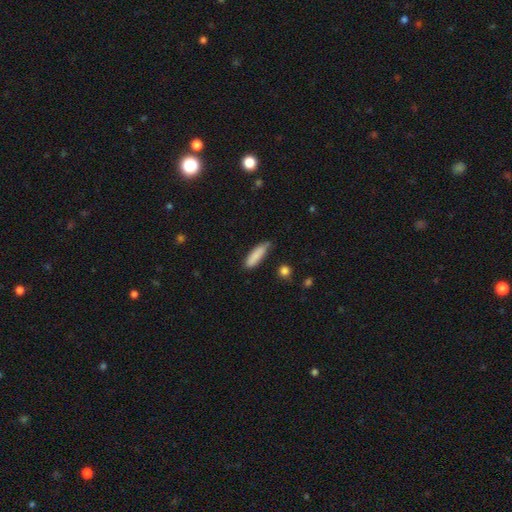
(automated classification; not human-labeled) This appears to be a smooth galaxy with no disk features (86%) that is cigar-shaped (60%). Merging: none (72%).